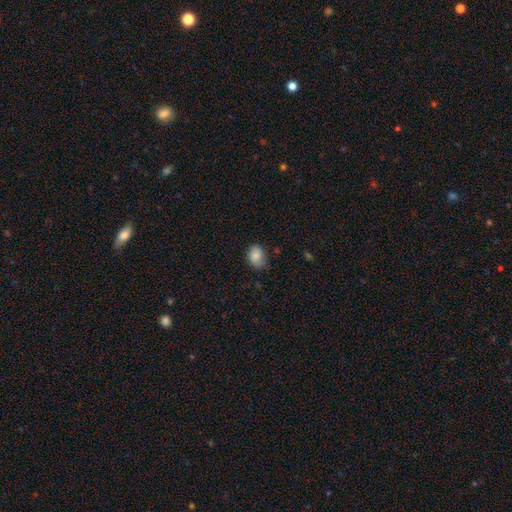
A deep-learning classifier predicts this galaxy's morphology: smooth 81%, featured or disk 10%, star or artifact 8%. Down the decision tree: how rounded — in between (63%); merging — none (66%).